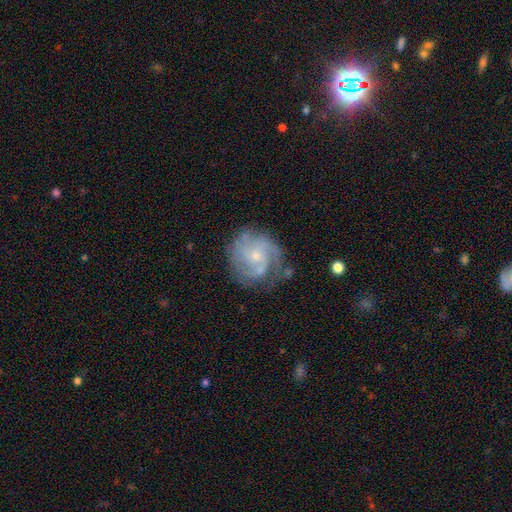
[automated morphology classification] Smooth or featured?
  - featured or disk: 83% *
  - smooth: 11%
  - star or artifact: 7%
Edge-on disk?
  - no: 98% *
  - yes: 2%
Bar?
  - no: 70% *
  - weak: 26%
  - strong: 4%
Spiral arms?
  - yes: 95% *
  - no: 5%
Spiral winding?
  - tight: 52% *
  - medium: 38%
  - loose: 10%
Spiral arm count?
  - 3: 32% *
  - can't tell: 25%
  - 2: 21%
  - 4: 10%
  - 1: 6%
  - more than 4: 5%
Bulge size?
  - small: 72% *
  - moderate: 23%
  - none: 2%
  - large: 1%
  - dominant: 1%
Merging?
  - none: 67% *
  - minor disturbance: 21%
  - major disturbance: 10%
  - merger: 2%